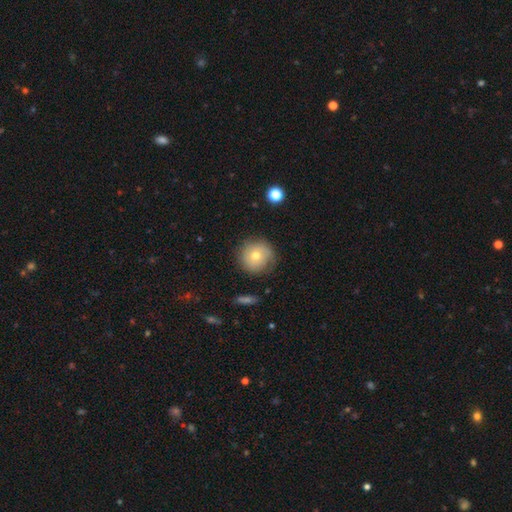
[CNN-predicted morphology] A smooth galaxy with no disk features (67%) that is round (93%). Merging: none (80%).